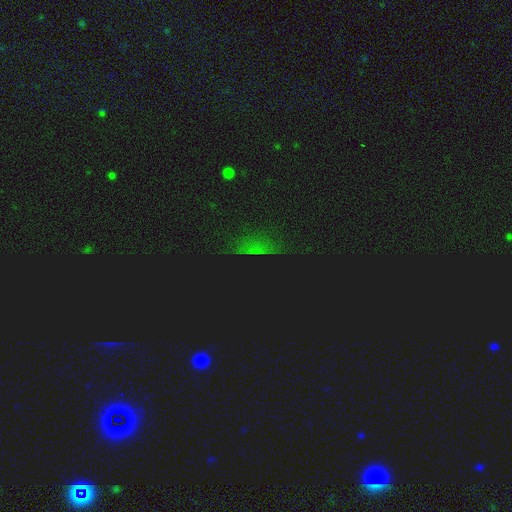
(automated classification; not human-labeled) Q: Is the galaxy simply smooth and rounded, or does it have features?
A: star or artifact — 69%.